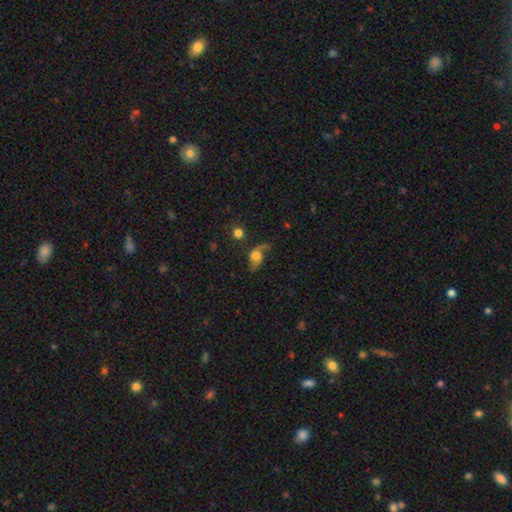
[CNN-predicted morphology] Smooth or featured: featured or disk — 55% (smooth — 35%)
Edge-on disk: no — 94% (yes — 6%)
Bar: no — 71% (weak — 24%)
Spiral arms: yes — 85% (no — 15%)
Bulge size: moderate — 48% (large — 30%)
Merging: none — 42% (major disturbance — 28%)